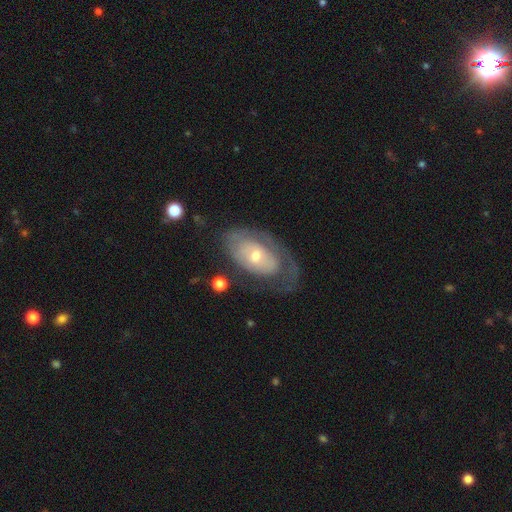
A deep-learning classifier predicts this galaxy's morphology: featured or disk 65%, smooth 28%, star or artifact 7%. Down the decision tree: edge-on disk — no (91%); bar — no (79%); spiral arms — yes (55%); bulge size — small (52%); merging — none (48%).